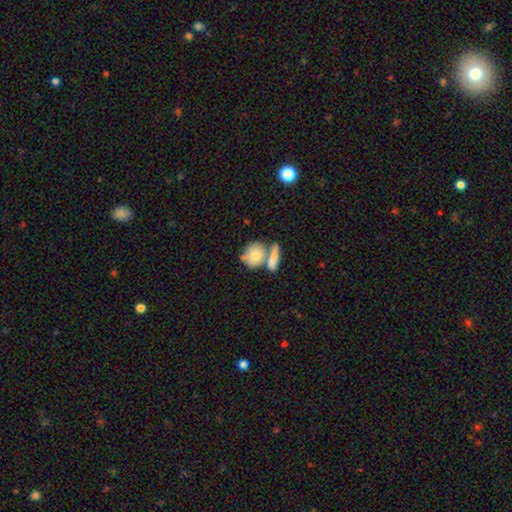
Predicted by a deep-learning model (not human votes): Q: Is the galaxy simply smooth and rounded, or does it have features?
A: smooth — 73%.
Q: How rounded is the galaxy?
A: round — 53%.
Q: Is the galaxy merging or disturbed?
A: merger — 42%.